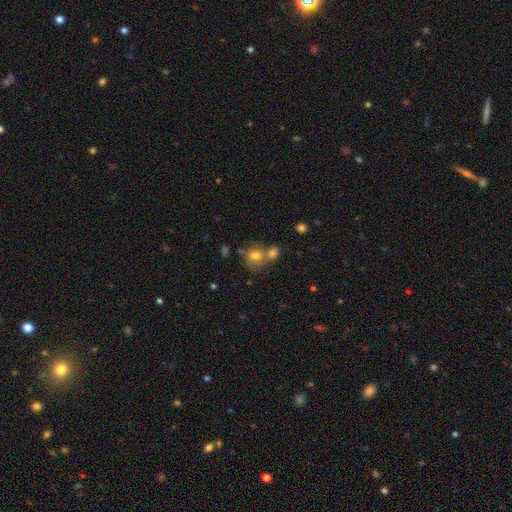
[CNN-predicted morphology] Smooth or featured? Predicted: smooth (p=0.73). How rounded? Predicted: round (p=0.67). Merging? Predicted: merger (p=0.44).